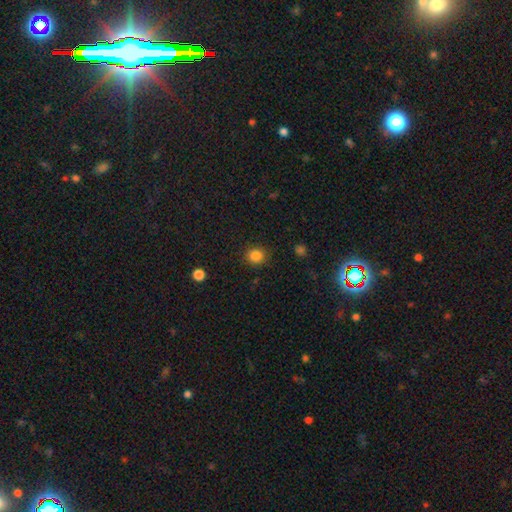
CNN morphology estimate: smooth 84%, star or artifact 12%, featured or disk 4%. Down the decision tree: how rounded — round (87%); merging — none (88%).